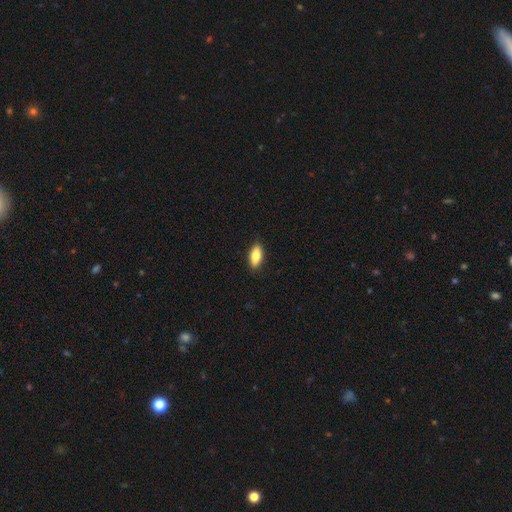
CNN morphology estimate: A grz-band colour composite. It shows a smooth galaxy with no disk features (82%) that is in between round and cigar-shaped (80%). Merging: none (88%).